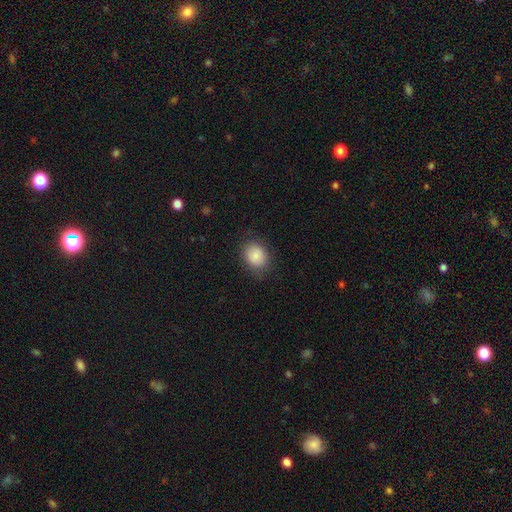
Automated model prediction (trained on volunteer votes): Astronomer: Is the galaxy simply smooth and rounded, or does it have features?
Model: smooth — 86%.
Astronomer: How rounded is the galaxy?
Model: round — 52% (runner-up: in between, 47%).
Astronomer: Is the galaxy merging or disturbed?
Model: none — 81%.